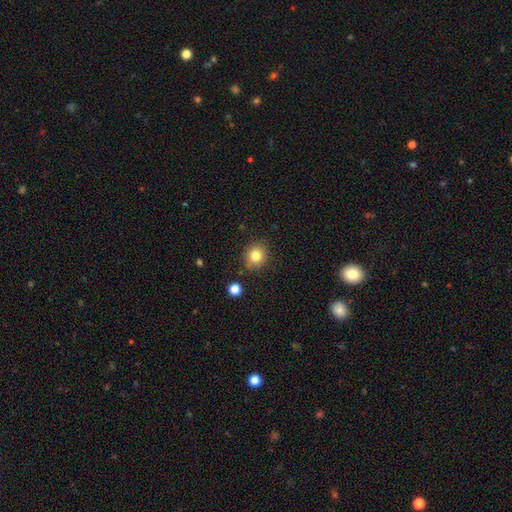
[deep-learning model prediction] Smooth or featured? Predicted: smooth (p=0.82). How rounded? Predicted: round (p=0.81). Merging? Predicted: none (p=0.85).